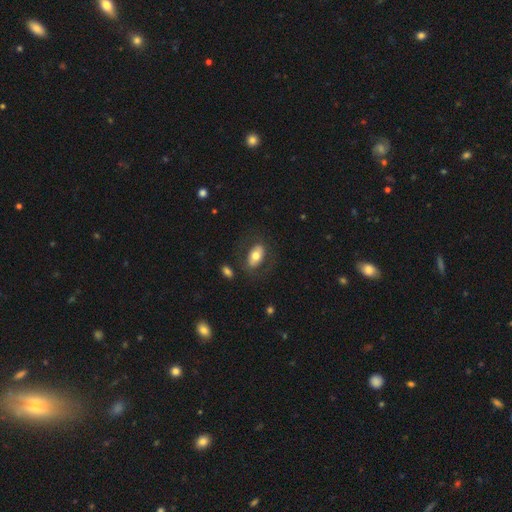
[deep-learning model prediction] Morphology: type=smooth (63%); roundness=in between (91%); merging=none (74%).